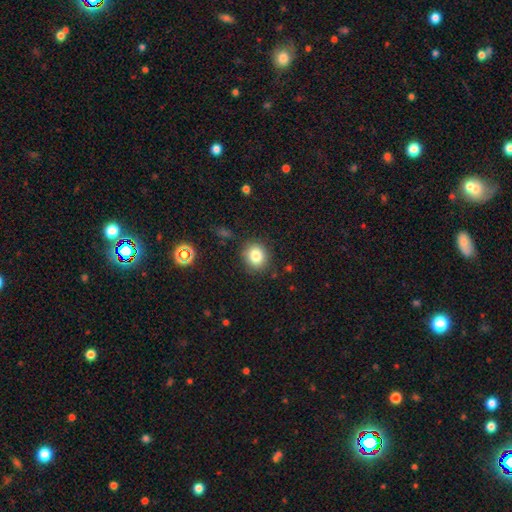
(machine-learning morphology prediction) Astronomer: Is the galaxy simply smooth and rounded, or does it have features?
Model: smooth — 82%.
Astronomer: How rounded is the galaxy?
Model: round — 77%.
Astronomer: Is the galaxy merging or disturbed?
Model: none — 85%.